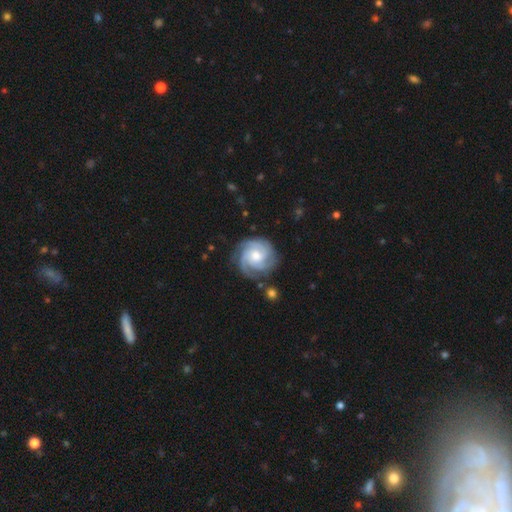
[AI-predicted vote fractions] This is clearly a featured or disk galaxy (88%). It is clearly not viewed edge-on (98%). Bar: likely no (69%). Spiral arm pattern: clearly yes (98%). Spiral arm count: possibly 3 (48%). Spiral winding: likely tight (70%). Central bulge: likely moderate (64%). Merging: clearly none (81%).